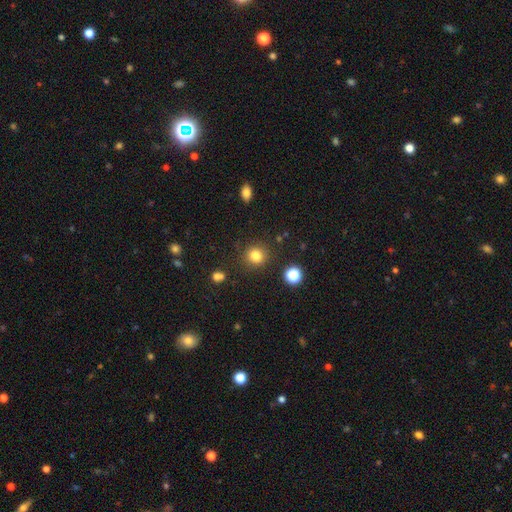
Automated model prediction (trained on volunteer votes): Q: Smooth or featured?
A: smooth (82%); runner-up: star or artifact (13%)
Q: How rounded?
A: round (85%); runner-up: in between (14%)
Q: Merging?
A: none (86%); runner-up: minor disturbance (8%)